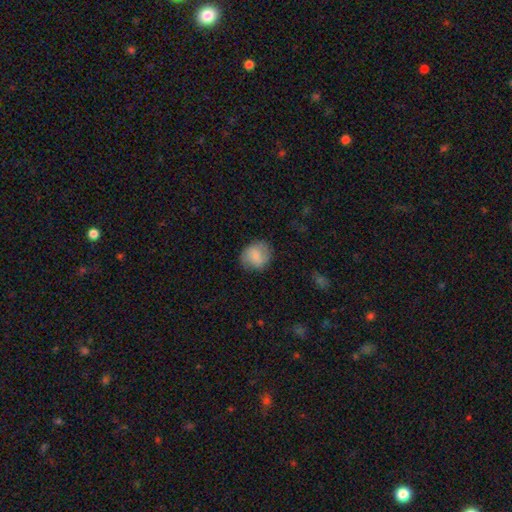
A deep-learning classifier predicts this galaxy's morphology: Overall: smooth (76%). How rounded: round (77%). Merging: none (74%).